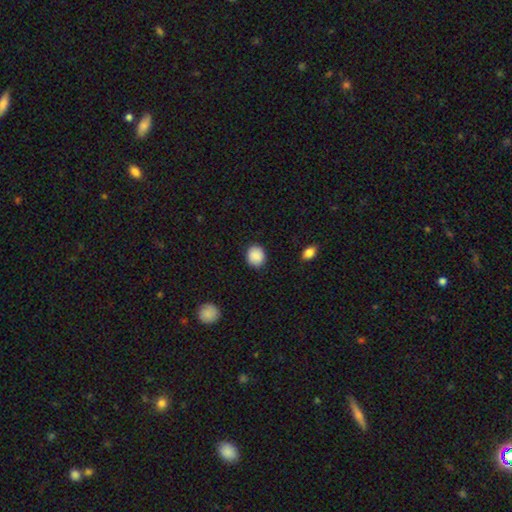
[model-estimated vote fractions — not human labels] The model was most divided on "how rounded": round: 76%, in between: 23%, cigar-shaped: 1%. More confident: smooth or featured — smooth (89%); merging — none (89%).